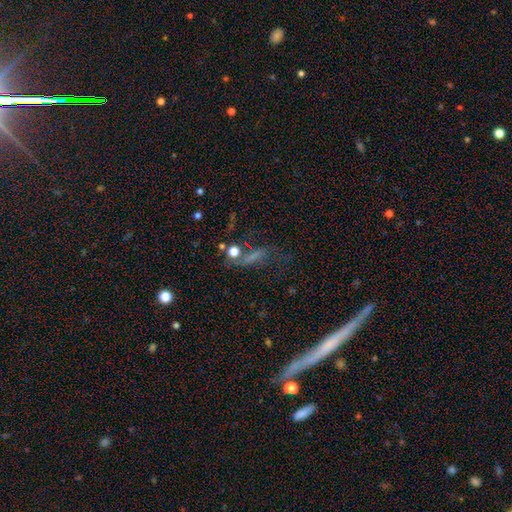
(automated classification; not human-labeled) The model was most divided on "smooth or featured": featured or disk: 46%, star or artifact: 29%, smooth: 25%. More confident: merging — none (66%).